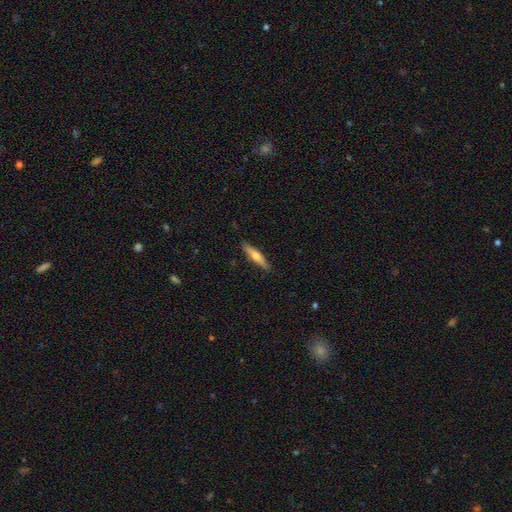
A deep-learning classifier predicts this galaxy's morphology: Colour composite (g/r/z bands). It shows a smooth galaxy with no disk features (49%). Merging: none (90%).